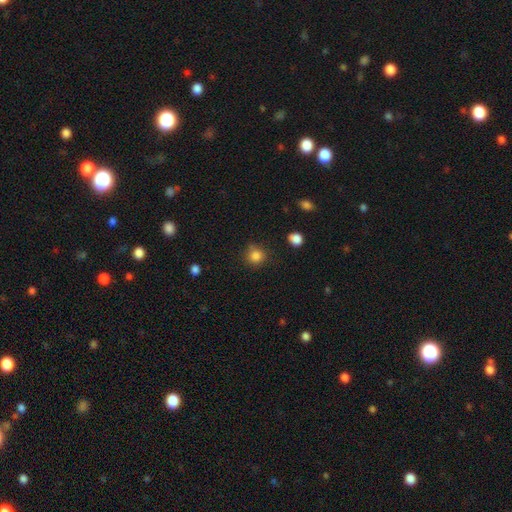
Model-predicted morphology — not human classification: This appears to be a smooth galaxy with no disk features (84%) that is round (89%). Merging: none (78%).